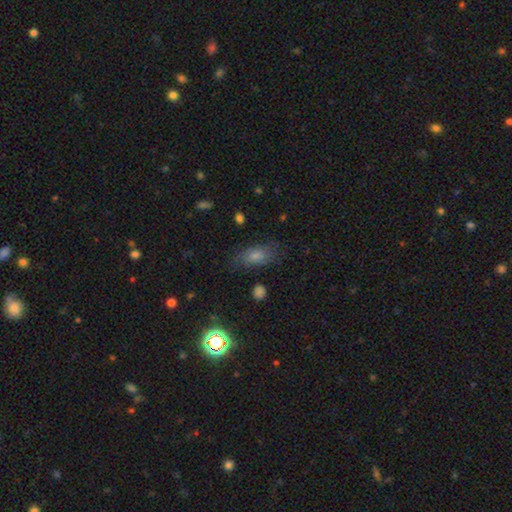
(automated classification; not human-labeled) Morphology: type=smooth (57%); roundness=in between (79%); merging=none (77%).